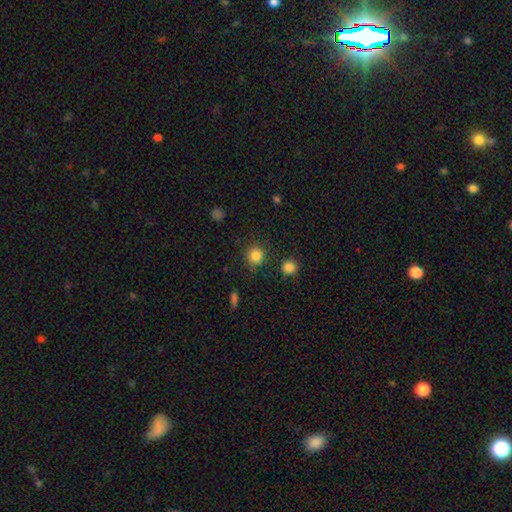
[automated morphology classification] The model was most divided on "smooth or featured": smooth: 84%, star or artifact: 12%, featured or disk: 4%. More confident: how rounded — round (92%); merging — none (85%).